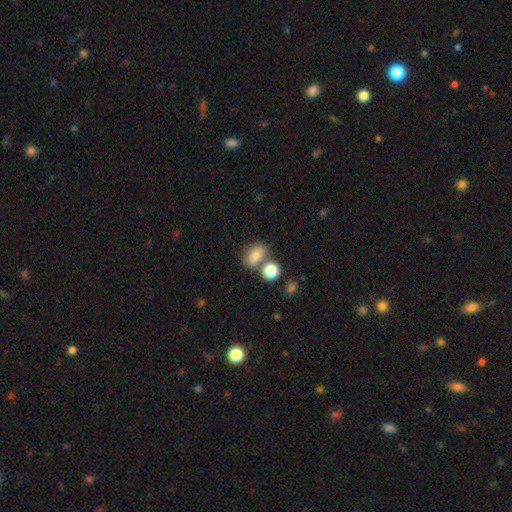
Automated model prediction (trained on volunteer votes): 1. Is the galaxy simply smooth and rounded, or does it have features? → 81% smooth, 11% star or artifact, 8% featured or disk.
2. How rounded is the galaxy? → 76% in between, 21% round, 2% cigar-shaped.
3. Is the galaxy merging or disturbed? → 57% none, 24% merger, 14% minor disturbance, 6% major disturbance.